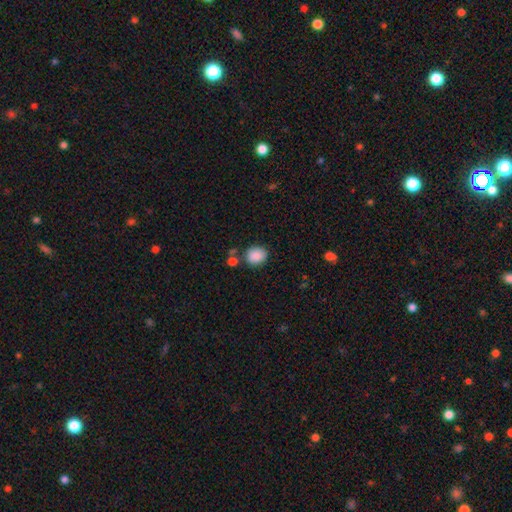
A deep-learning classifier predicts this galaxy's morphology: smooth-or-featured: smooth: 88% | star or artifact: 8% | featured or disk: 4%
  how-rounded: round: 64% | in between: 35% | cigar-shaped: 1%
  merging: none: 74% | minor disturbance: 12% | merger: 9% | major disturbance: 4%